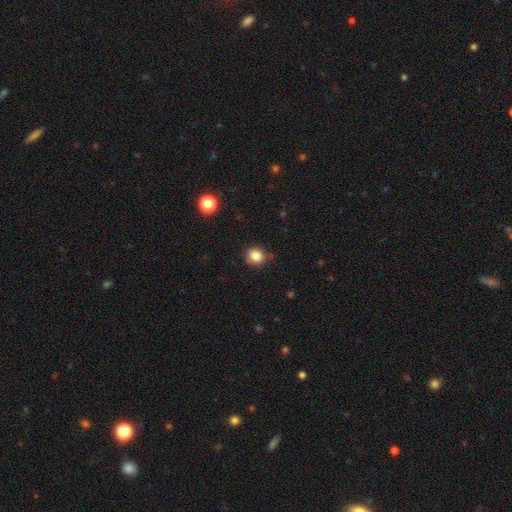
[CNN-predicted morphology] Smooth or featured? Predicted: smooth (p=0.84). How rounded? Predicted: round (p=0.84). Merging? Predicted: none (p=0.86).